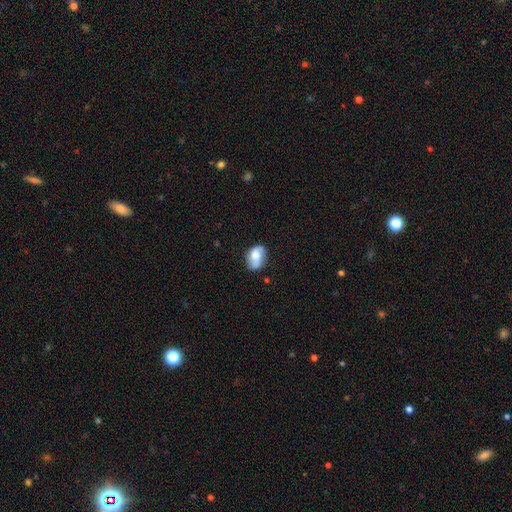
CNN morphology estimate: This is possibly a smooth galaxy (56%). How rounded: likely in between (77%). Merging: possibly none (59%).